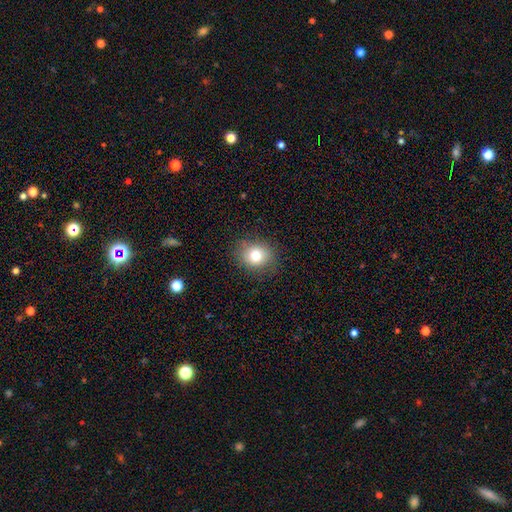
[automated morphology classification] Smooth or featured? smooth (76%)
How rounded? round (71%)
Merging? none (84%)